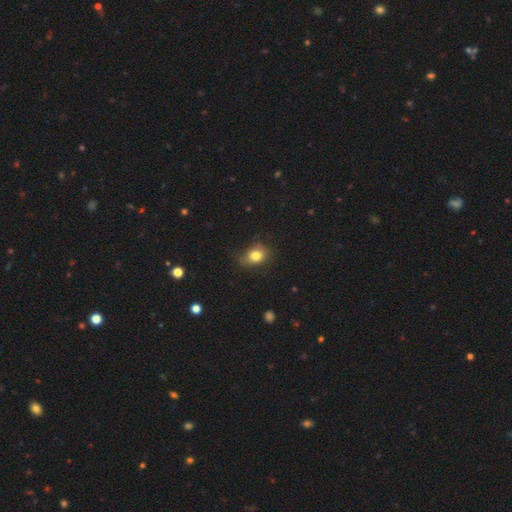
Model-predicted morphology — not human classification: Smooth or featured? Predicted: smooth (p=0.80). How rounded? Predicted: in between (p=0.54). Merging? Predicted: none (p=0.65).